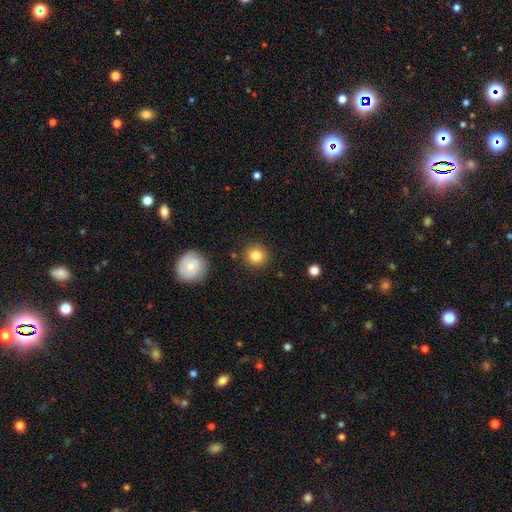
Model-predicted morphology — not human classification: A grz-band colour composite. It shows a smooth galaxy with no disk features (85%) that is round (92%). Merging: none (88%).